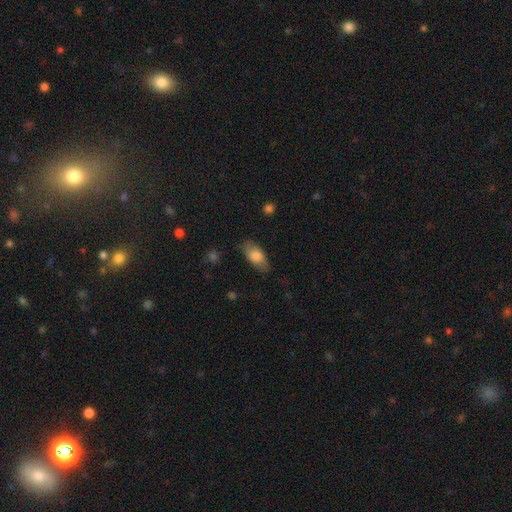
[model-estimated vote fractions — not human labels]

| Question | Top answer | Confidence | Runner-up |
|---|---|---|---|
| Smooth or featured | smooth | 75% | featured or disk (18%) |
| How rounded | in between | 88% | cigar-shaped (9%) |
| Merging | none | 76% | minor disturbance (17%) |